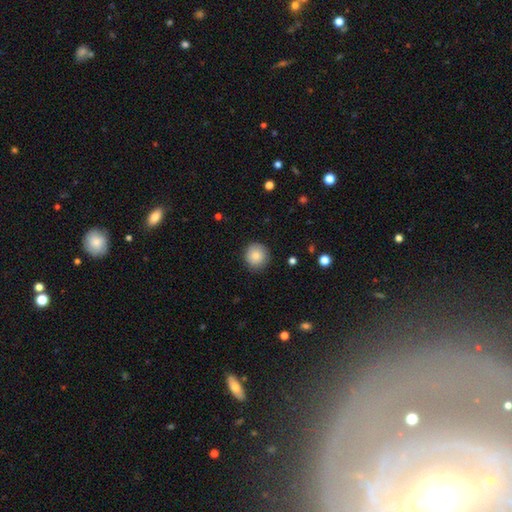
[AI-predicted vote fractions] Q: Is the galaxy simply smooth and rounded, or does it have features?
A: smooth — 84%.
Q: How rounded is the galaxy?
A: round — 92%.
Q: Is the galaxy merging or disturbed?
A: none — 87%.